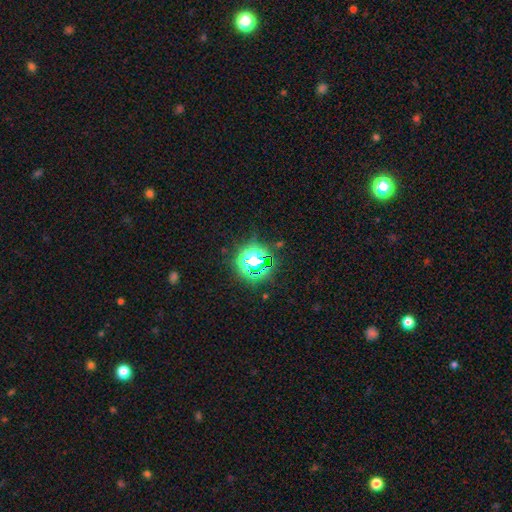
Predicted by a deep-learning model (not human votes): Q: Smooth or featured?
A: star or artifact (67%); runner-up: smooth (24%)